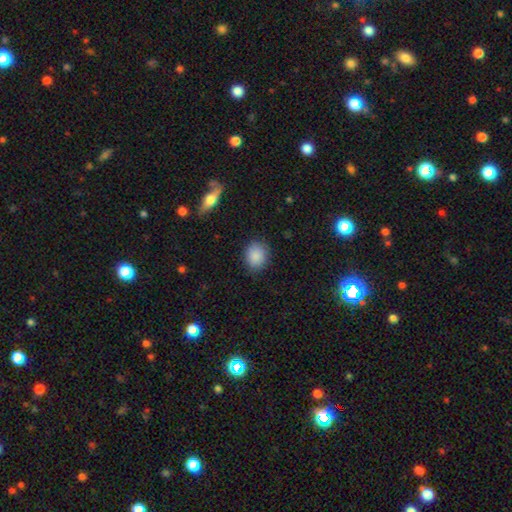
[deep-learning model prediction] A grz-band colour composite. It shows a smooth galaxy with no disk features (87%) that is round (62%). Merging: none (83%).